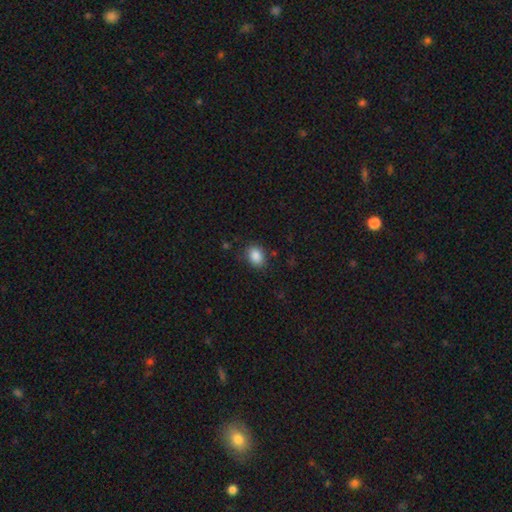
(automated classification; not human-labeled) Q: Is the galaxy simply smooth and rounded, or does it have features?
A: smooth — 87%.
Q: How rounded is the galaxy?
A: in between — 66%.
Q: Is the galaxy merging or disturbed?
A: none — 83%.